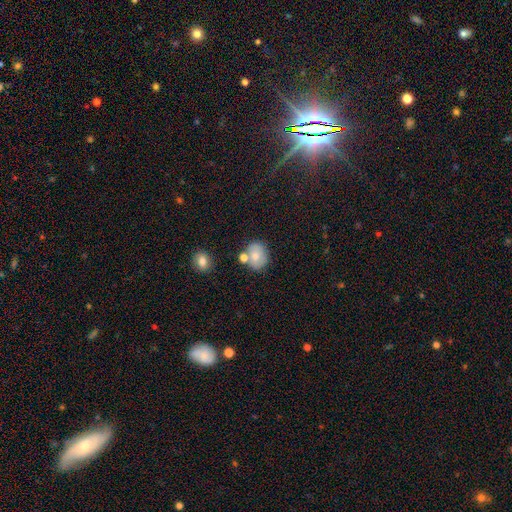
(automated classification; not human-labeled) A smooth galaxy with no disk features (74%) that is round (61%).

Vote fractions:
- Smooth or featured? smooth: 74% / featured or disk: 17% / star or artifact: 9%
- How rounded? round: 61% / in between: 38% / cigar-shaped: 1%
- Merging? none: 62% / merger: 18% / minor disturbance: 15% / major disturbance: 4%